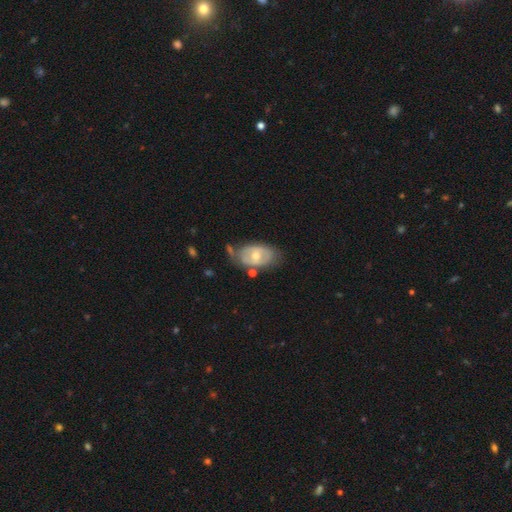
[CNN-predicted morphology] This appears to be a featured or disk galaxy (57%) with no bar (62%), no spiral arms (63%) and a moderate central bulge (63%). Merging: none (53%).